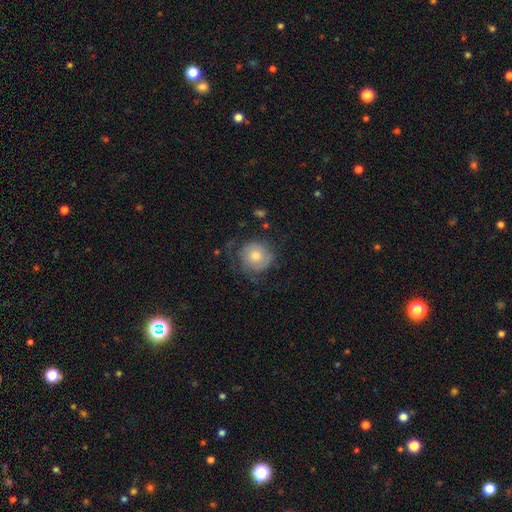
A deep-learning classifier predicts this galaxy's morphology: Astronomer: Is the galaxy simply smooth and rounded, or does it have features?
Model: smooth — 56% (runner-up: featured or disk, 37%).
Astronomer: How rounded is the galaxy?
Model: round — 87%.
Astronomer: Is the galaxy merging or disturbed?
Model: none — 54%.